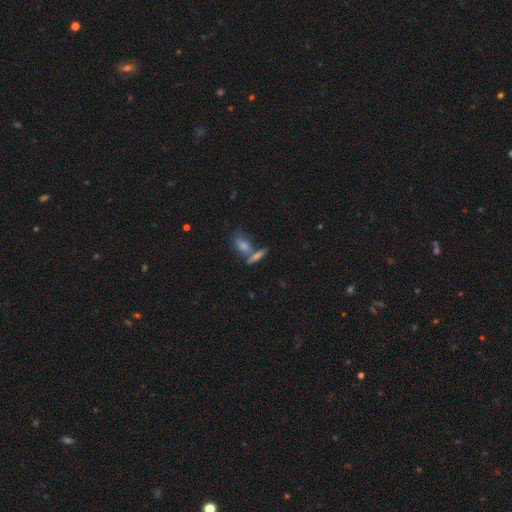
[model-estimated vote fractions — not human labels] smooth-or-featured: smooth: 54% | featured or disk: 30% | star or artifact: 16%
  how-rounded: in between: 54% | cigar-shaped: 36% | round: 10%
  merging: none: 46% | merger: 40% | minor disturbance: 9% | major disturbance: 5%